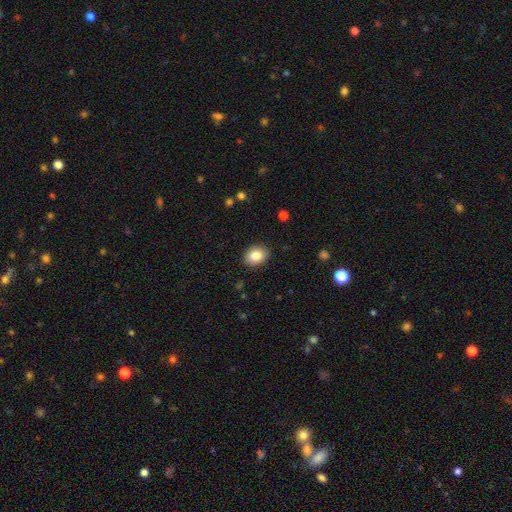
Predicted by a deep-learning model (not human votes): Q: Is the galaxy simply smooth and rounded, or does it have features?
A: smooth — 86%.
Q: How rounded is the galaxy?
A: in between — 69%.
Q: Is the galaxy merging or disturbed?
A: none — 89%.